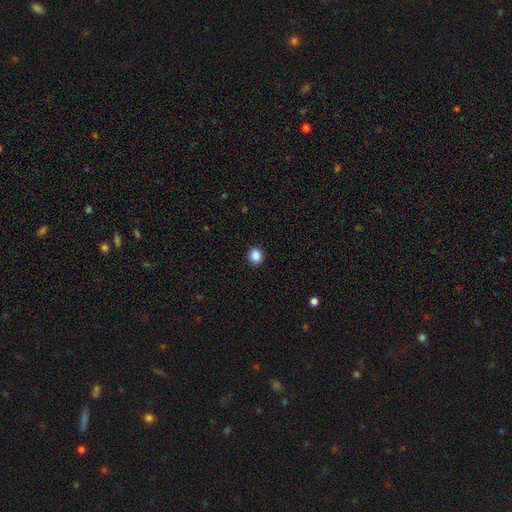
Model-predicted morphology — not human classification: Q: Smooth or featured?
A: smooth (88%); runner-up: star or artifact (9%)
Q: How rounded?
A: round (77%); runner-up: in between (22%)
Q: Merging?
A: none (92%); runner-up: minor disturbance (6%)